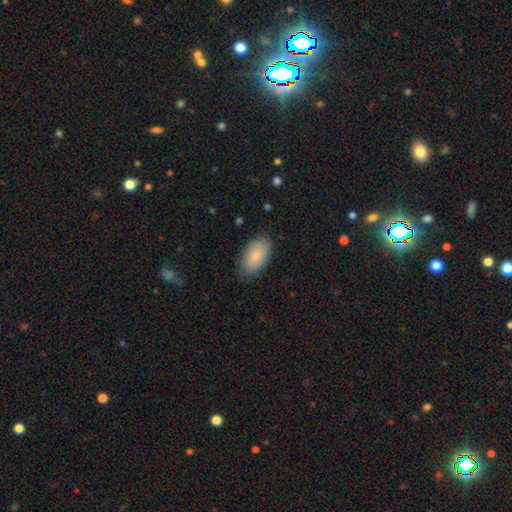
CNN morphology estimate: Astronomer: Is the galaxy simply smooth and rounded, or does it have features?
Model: smooth — 83%.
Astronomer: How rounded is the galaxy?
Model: in between — 95%.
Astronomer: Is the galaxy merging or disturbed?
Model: none — 83%.